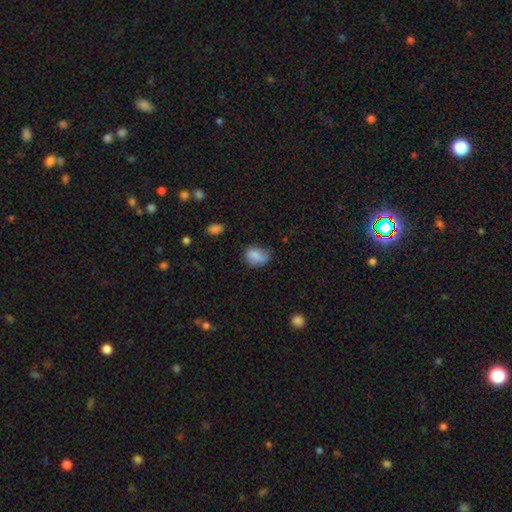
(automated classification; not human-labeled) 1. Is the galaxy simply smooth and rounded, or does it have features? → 79% smooth, 11% featured or disk, 9% star or artifact.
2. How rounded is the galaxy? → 69% in between, 29% round, 2% cigar-shaped.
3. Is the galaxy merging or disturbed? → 53% none, 33% minor disturbance, 11% major disturbance, 2% merger.